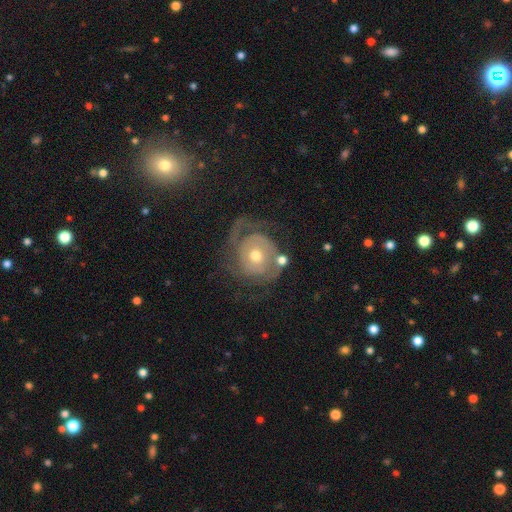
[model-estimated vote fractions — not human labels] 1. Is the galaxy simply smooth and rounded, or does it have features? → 79% featured or disk, 14% smooth, 7% star or artifact.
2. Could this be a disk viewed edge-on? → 97% no, 3% yes.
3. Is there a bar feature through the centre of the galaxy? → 78% no, 18% weak, 4% strong.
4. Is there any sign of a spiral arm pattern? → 87% yes, 13% no.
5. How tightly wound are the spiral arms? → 55% tight, 30% medium, 15% loose.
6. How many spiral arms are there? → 44% 2, 22% can't tell, 19% 1, 9% 3, 3% 4, 3% more than 4.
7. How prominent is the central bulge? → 64% moderate, 30% small, 4% large, 1% none, 1% dominant.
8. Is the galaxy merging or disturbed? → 52% none, 23% major disturbance, 19% minor disturbance, 7% merger.